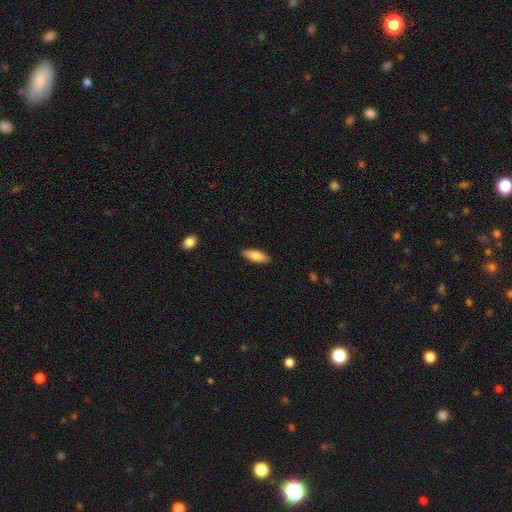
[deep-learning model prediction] This appears to be a smooth galaxy with no disk features (80%) that is in between round and cigar-shaped (59%). Merging: none (89%).